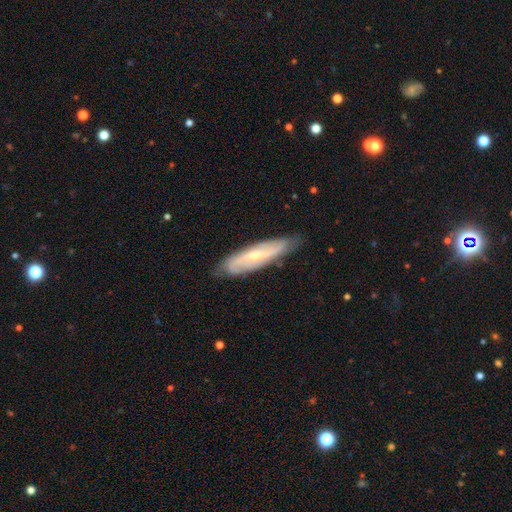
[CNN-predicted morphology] type=featured or disk (73%); edge-on=no (73%); bar=weak (42%); spiral arms=yes (90%); bulge=small (63%); merging=none (79%).